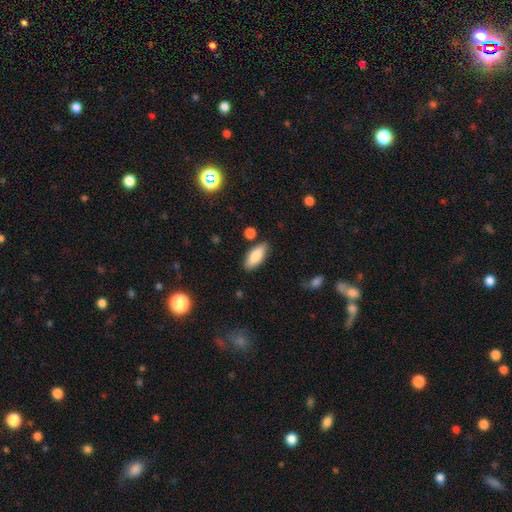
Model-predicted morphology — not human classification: Smooth or featured: smooth — 82% (featured or disk — 12%)
How rounded: in between — 82% (cigar-shaped — 16%)
Merging: none — 82% (minor disturbance — 12%)